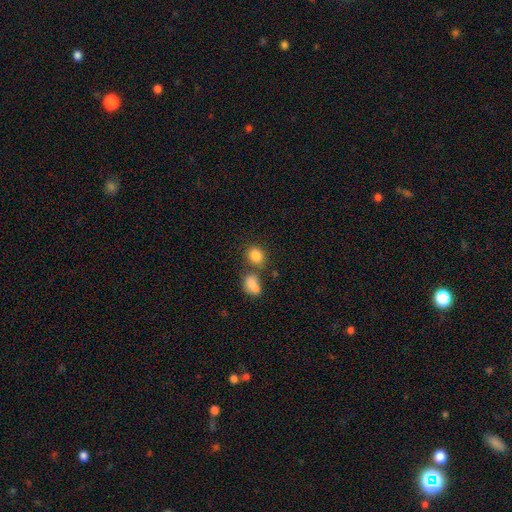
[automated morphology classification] Overall: smooth (83%). How rounded: round (57%; in between 41%). Merging: none (61%; merger 24%).